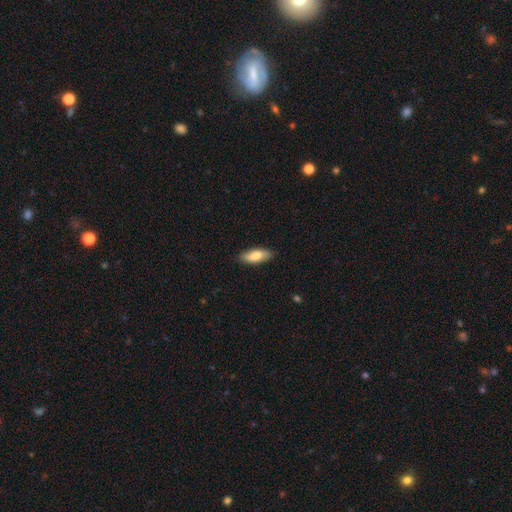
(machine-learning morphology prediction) The model was most divided on "how rounded": in between: 72%, cigar-shaped: 26%, round: 2%. More confident: merging — none (87%); smooth or featured — smooth (79%).